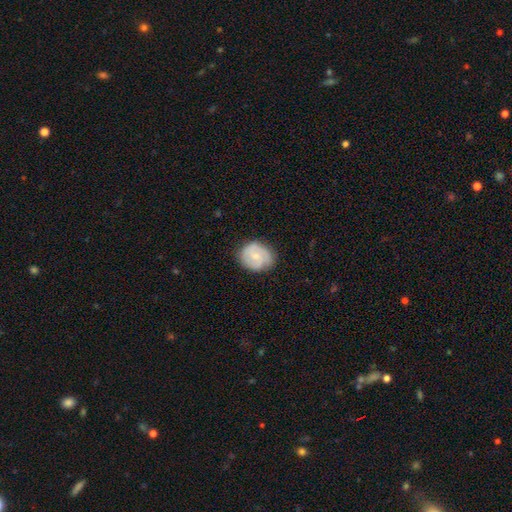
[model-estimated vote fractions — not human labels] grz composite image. It shows a featured or disk galaxy (52%) with no bar (65%), spiral arms (84%) and a small central bulge (58%). Merging: none (73%).